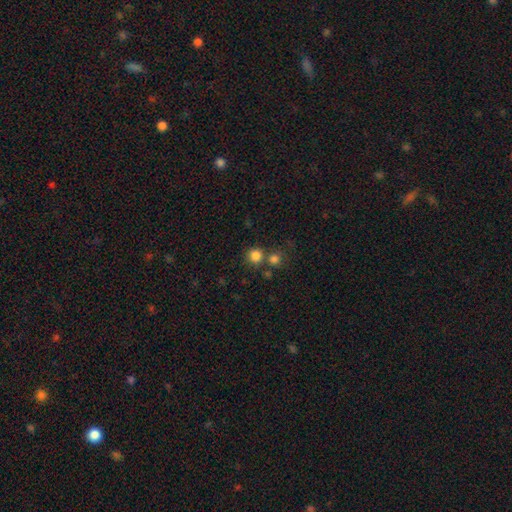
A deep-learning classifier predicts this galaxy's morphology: type=smooth (82%); roundness=round (92%); merging=none (67%).